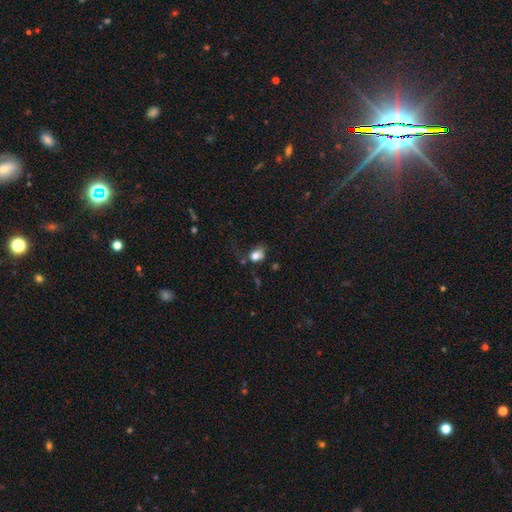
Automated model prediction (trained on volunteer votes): Overall: smooth (74%). How rounded: in between (59%; round 39%). Merging: major disturbance (37%; none 29%).